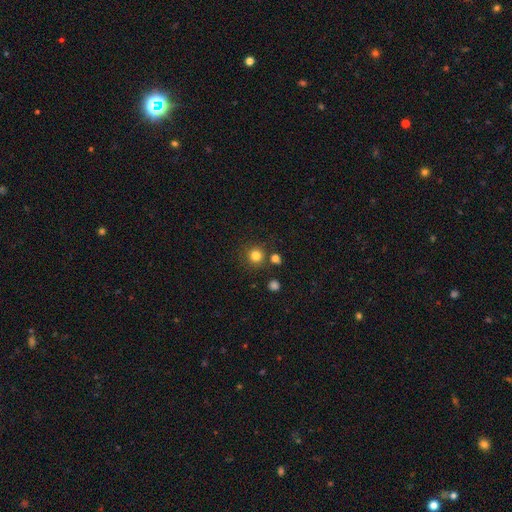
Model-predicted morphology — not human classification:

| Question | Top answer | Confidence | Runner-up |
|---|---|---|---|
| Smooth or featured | smooth | 81% | star or artifact (13%) |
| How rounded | round | 94% | in between (5%) |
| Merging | none | 84% | minor disturbance (7%) |